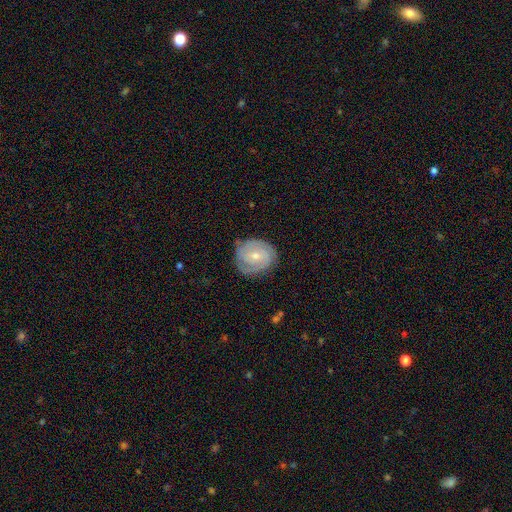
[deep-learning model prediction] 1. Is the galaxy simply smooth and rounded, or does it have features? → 75% featured or disk, 19% smooth, 6% star or artifact.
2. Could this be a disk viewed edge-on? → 98% no, 2% yes.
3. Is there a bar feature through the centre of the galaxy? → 54% no, 39% weak, 7% strong.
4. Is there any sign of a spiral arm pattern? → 93% yes, 7% no.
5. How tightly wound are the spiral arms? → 67% tight, 27% medium, 6% loose.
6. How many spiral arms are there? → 45% 2, 22% can't tell, 22% 3, 4% 4, 4% 1, 3% more than 4.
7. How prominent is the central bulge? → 53% small, 43% moderate, 1% none, 1% large, 1% dominant.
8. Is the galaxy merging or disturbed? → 76% none, 18% minor disturbance, 5% major disturbance, 1% merger.